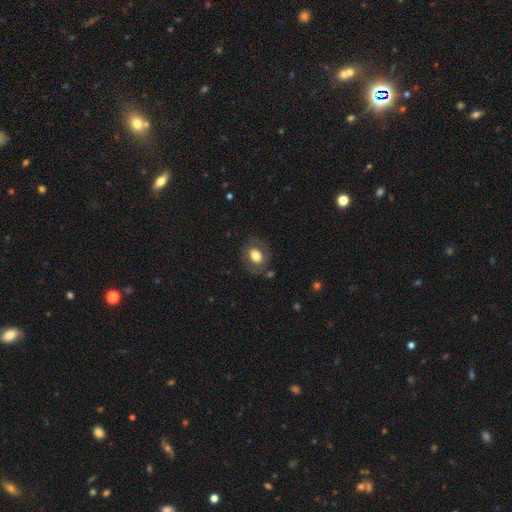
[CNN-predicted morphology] Q: Smooth or featured?
A: smooth (66%); runner-up: featured or disk (26%)
Q: How rounded?
A: in between (62%); runner-up: round (37%)
Q: Merging?
A: none (77%); runner-up: minor disturbance (13%)